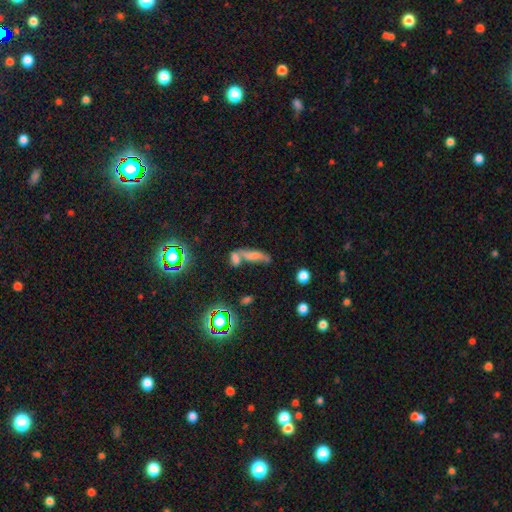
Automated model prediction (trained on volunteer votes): smooth 59%, featured or disk 26%, star or artifact 15%. Down the decision tree: how rounded — cigar-shaped (55%); merging — merger (44%).